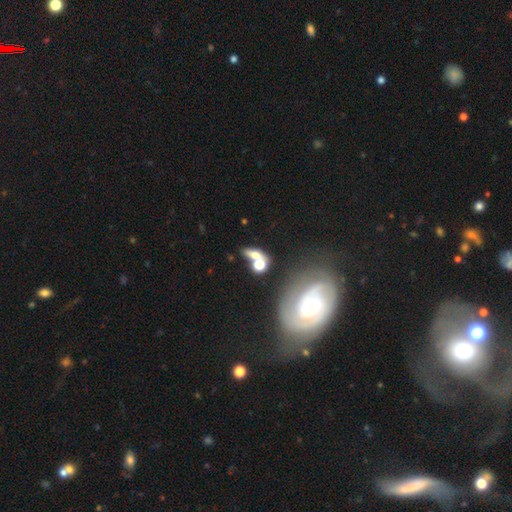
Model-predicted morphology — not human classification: This appears to be a smooth galaxy with no disk features (59%) that is in between round and cigar-shaped (57%). Merging: merger (40%).